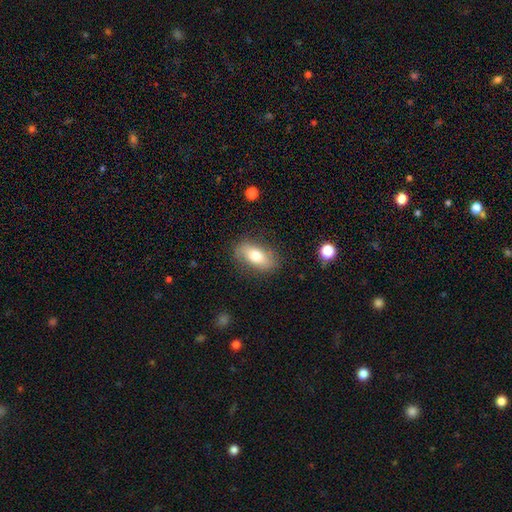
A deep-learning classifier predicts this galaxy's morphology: This is likely a smooth galaxy (71%). How rounded: clearly in between (86%). Merging: clearly none (81%).